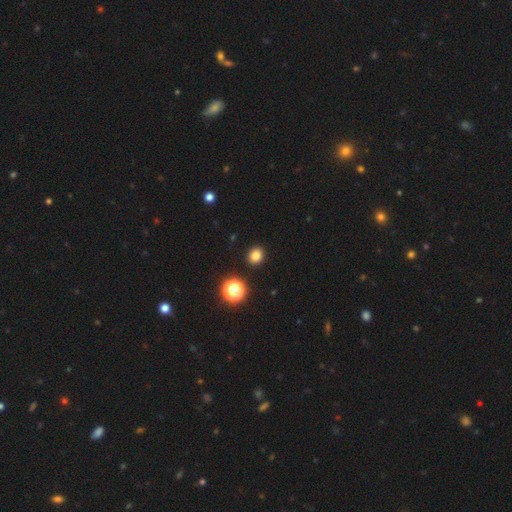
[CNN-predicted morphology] smooth-or-featured: smooth: 82% | star or artifact: 14% | featured or disk: 4%
  how-rounded: round: 73% | in between: 26% | cigar-shaped: 1%
  merging: none: 91% | minor disturbance: 5% | major disturbance: 2% | merger: 1%